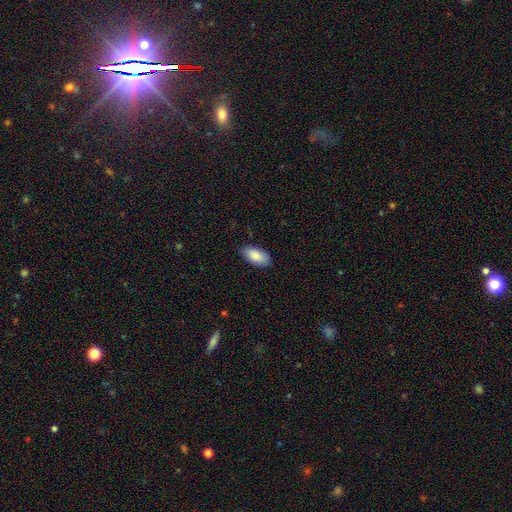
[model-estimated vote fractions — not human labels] Smooth or featured: smooth — 88% (featured or disk — 7%)
How rounded: in between — 94% (cigar-shaped — 4%)
Merging: none — 85% (minor disturbance — 12%)